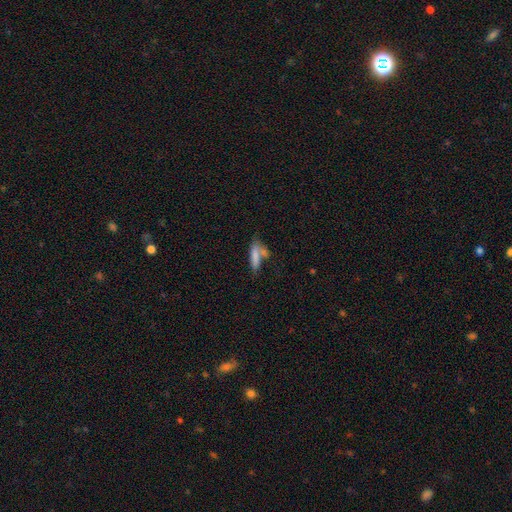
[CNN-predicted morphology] Smooth or featured: smooth — 75% (featured or disk — 16%)
How rounded: cigar-shaped — 56% (in between — 41%)
Merging: none — 39% (merger — 35%)